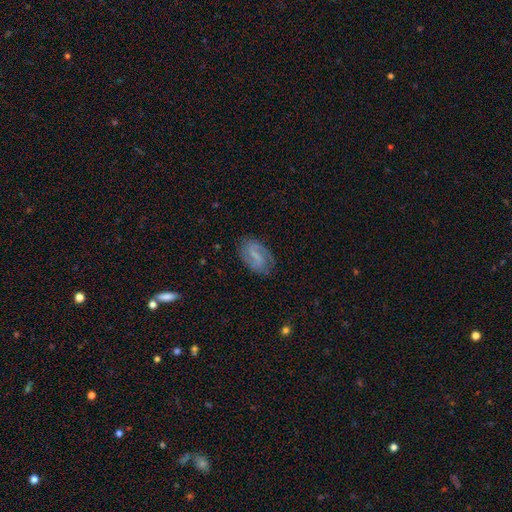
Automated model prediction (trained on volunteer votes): Morphology: type=featured or disk (66%); edge-on=no (96%); bar=weak (46%); spiral arms=yes (85%); winding=medium (43%); arm count=2 (84%); bulge=none (47%); merging=none (78%).